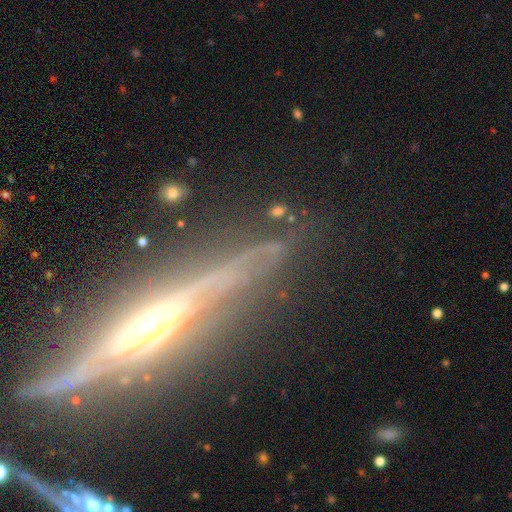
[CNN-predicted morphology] Smooth or featured? Predicted: featured or disk (p=0.79). Edge-on disk? Predicted: yes (p=0.87). Edge-on bulge? Predicted: rounded (p=0.75). Merging? Predicted: none (p=0.77).